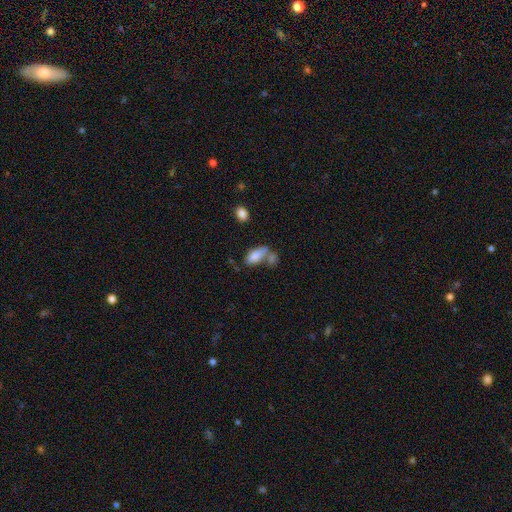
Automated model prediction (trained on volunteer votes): smooth 81%, featured or disk 11%, star or artifact 8%. Down the decision tree: how rounded — in between (85%); merging — merger (39%).